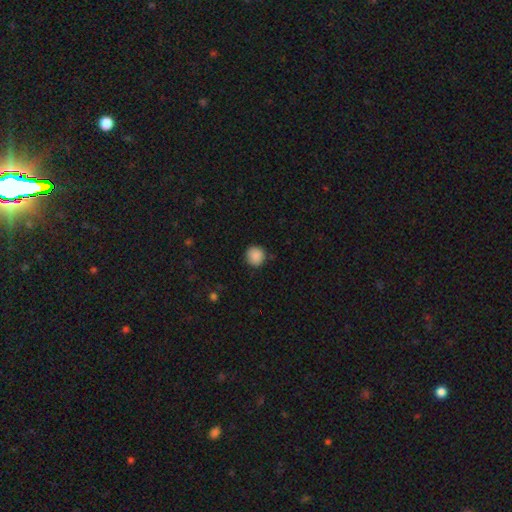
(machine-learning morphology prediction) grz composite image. It shows a smooth galaxy with no disk features (88%) that is round (92%). Merging: none (87%).